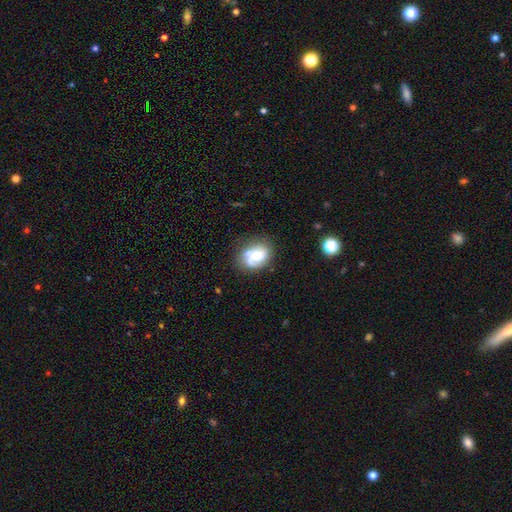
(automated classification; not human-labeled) The model was most divided on "merging": none: 43%, merger: 26%, minor disturbance: 21%, major disturbance: 10%. More confident: how rounded — in between (61%); smooth or featured — smooth (59%).